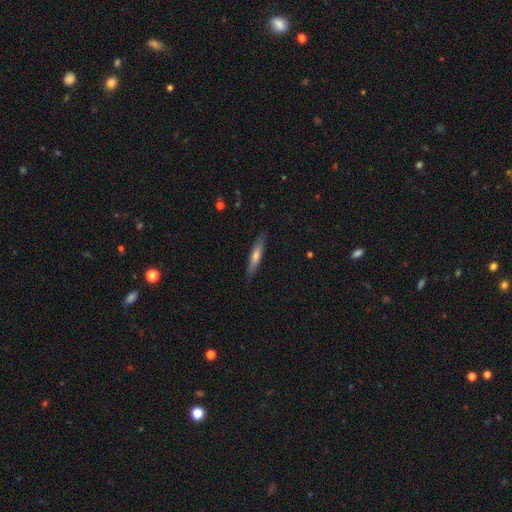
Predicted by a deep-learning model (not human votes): smooth_or_featured: smooth (p=0.48) [alt: featured or disk p=0.46]
merging: none (p=0.87) [alt: minor disturbance p=0.10]